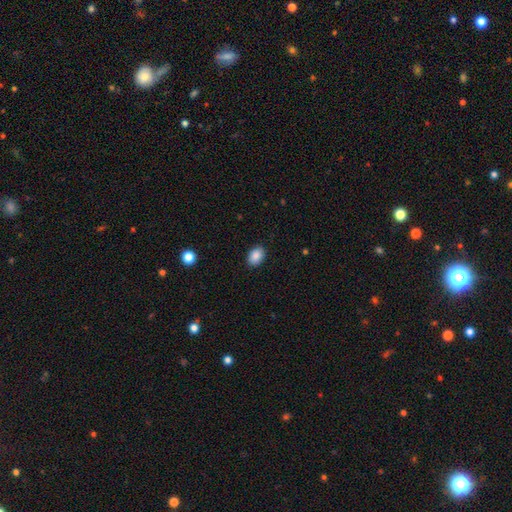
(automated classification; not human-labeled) smooth 88%, star or artifact 8%, featured or disk 4%. Down the decision tree: how rounded — in between (82%); merging — none (89%).